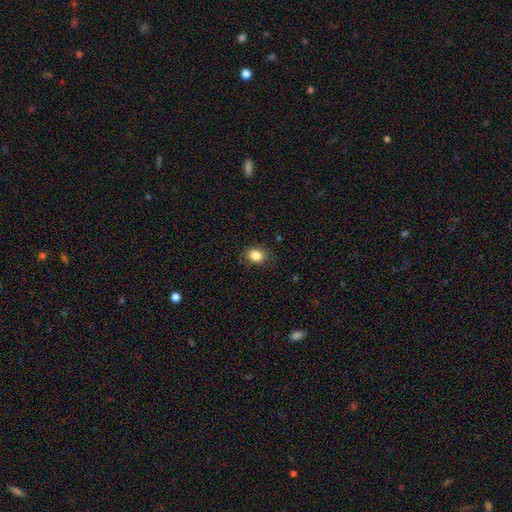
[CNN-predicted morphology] A smooth galaxy with no disk features (85%) that is round (50%). Merging: none (86%).